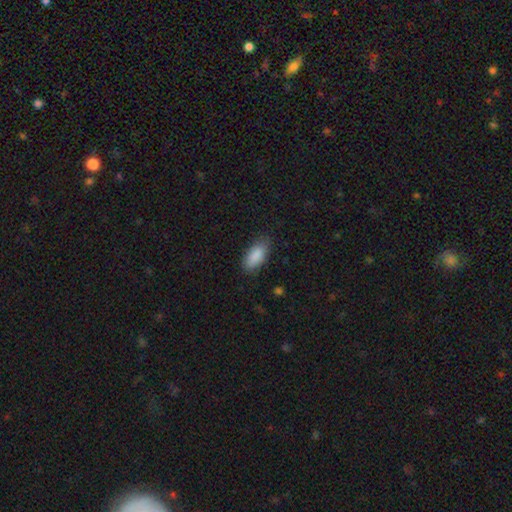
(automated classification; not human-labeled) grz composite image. It shows a smooth galaxy with no disk features (89%) that is in between round and cigar-shaped (89%). Merging: none (80%).